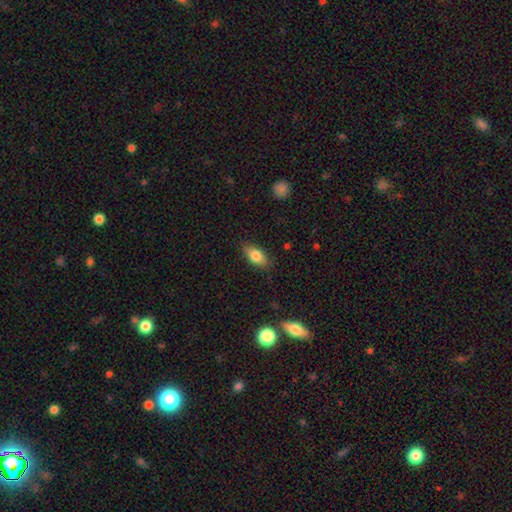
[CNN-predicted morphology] This appears to be a smooth galaxy with no disk features (80%) that is in between round and cigar-shaped (86%). Merging: none (85%).